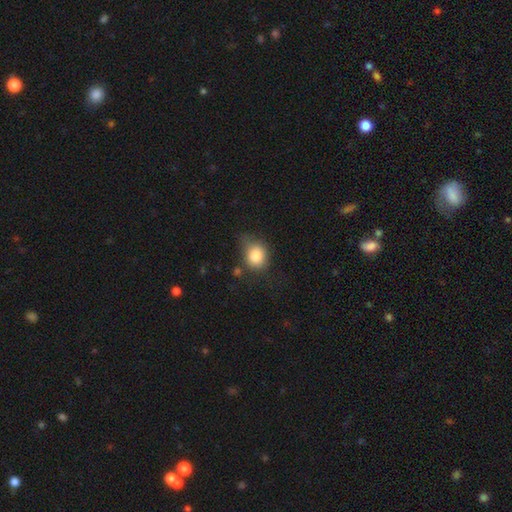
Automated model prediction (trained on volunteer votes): smooth 82%, star or artifact 10%, featured or disk 8%. Down the decision tree: how rounded — round (65%); merging — none (53%).